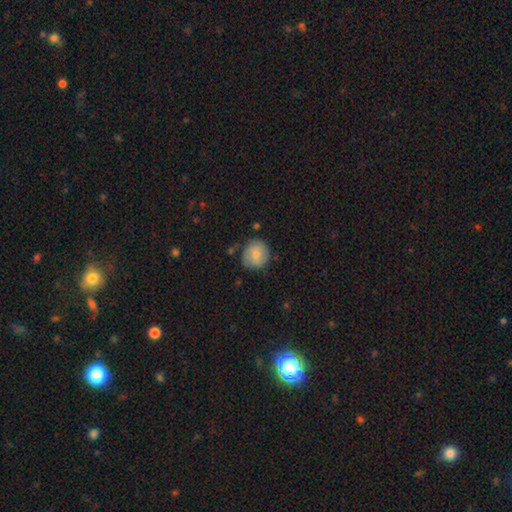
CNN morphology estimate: Smooth or featured? Predicted: smooth (p=0.75). How rounded? Predicted: round (p=0.87). Merging? Predicted: none (p=0.73).